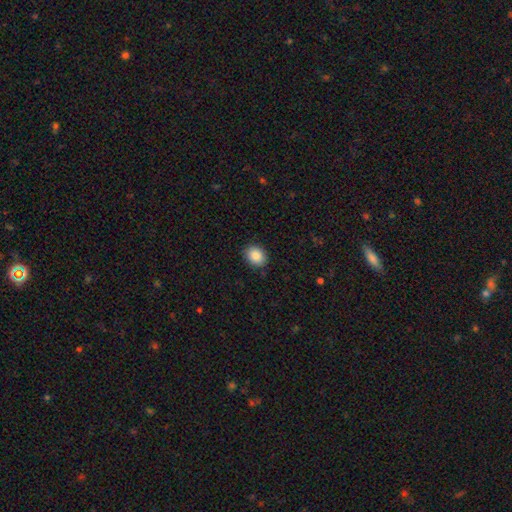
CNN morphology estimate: smooth-or-featured: smooth: 88% | star or artifact: 8% | featured or disk: 4%
  how-rounded: in between: 54% | round: 45% | cigar-shaped: 1%
  merging: none: 89% | minor disturbance: 8% | major disturbance: 2% | merger: 1%